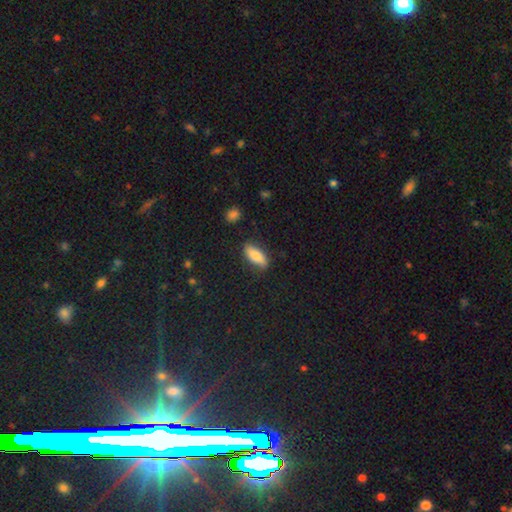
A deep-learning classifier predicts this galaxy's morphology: This appears to be a smooth galaxy with no disk features (78%) that is in between round and cigar-shaped (76%). Merging: none (79%).